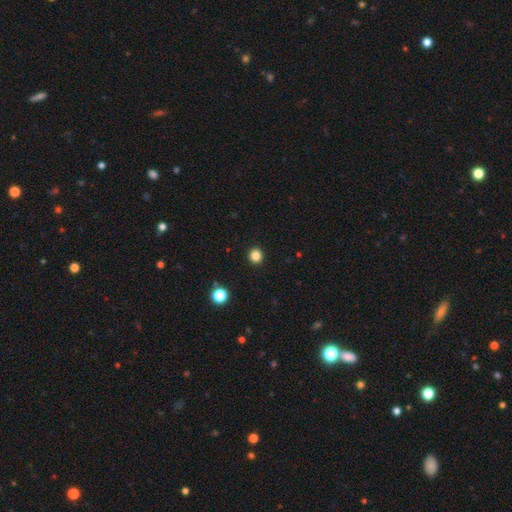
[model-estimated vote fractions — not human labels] smooth-or-featured: smooth: 84% | star or artifact: 13% | featured or disk: 3%
  how-rounded: round: 90% | in between: 9% | cigar-shaped: 1%
  merging: none: 93% | minor disturbance: 4% | major disturbance: 2% | merger: 1%